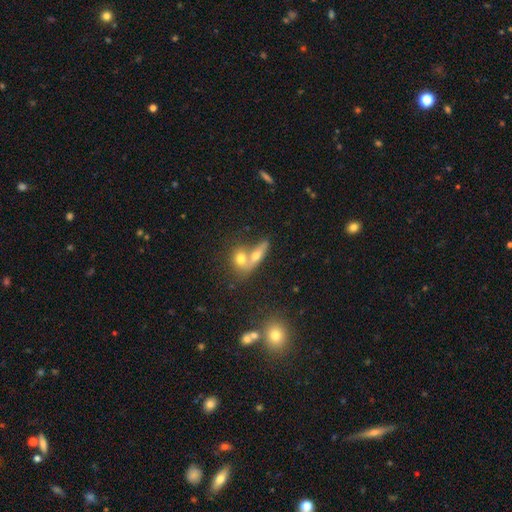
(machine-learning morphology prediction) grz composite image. It shows a smooth galaxy with no disk features (59%) that is in between round and cigar-shaped (52%). Merging: merger (55%).